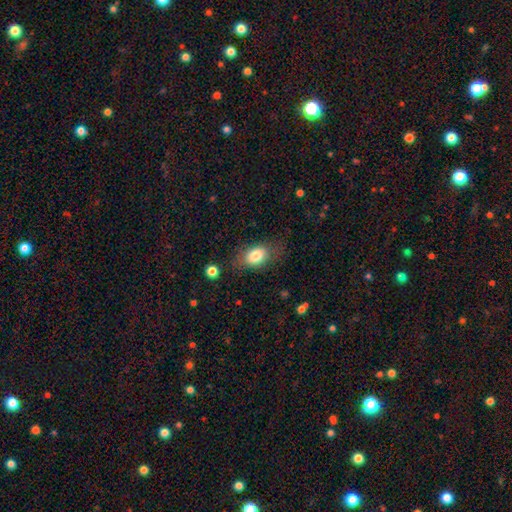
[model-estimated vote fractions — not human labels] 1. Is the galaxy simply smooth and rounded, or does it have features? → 80% smooth, 12% featured or disk, 8% star or artifact.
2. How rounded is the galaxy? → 83% in between, 15% round, 2% cigar-shaped.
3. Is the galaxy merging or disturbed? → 69% none, 20% minor disturbance, 9% major disturbance, 2% merger.